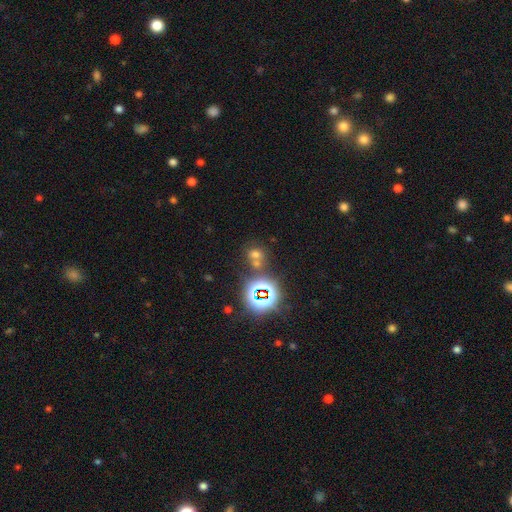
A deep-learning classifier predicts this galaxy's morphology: type=star or artifact (46%).